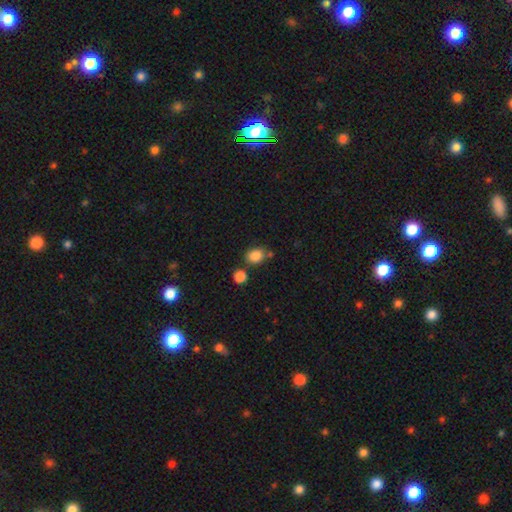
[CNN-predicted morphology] smooth 85%, star or artifact 10%, featured or disk 5%. Down the decision tree: how rounded — in between (50%); merging — none (68%).